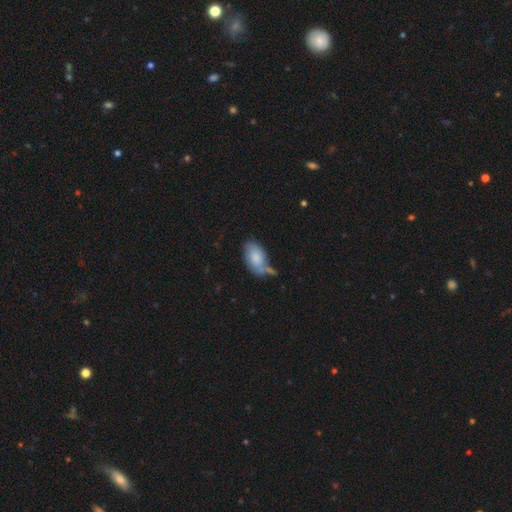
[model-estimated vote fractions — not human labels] Smooth or featured? smooth (80%)
How rounded? in between (93%)
Merging? none (47%)